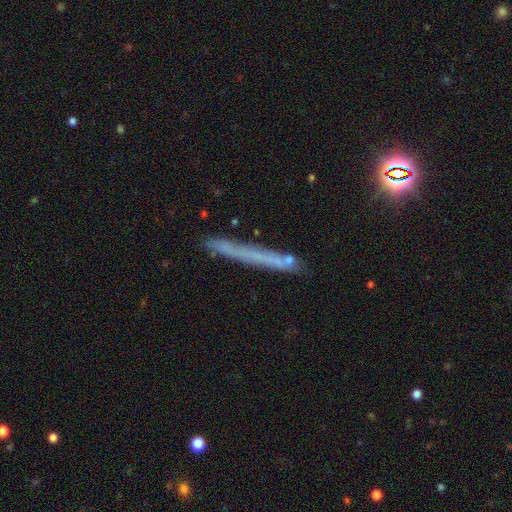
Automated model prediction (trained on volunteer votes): Smooth or featured: smooth — 49% (featured or disk — 37%)
Merging: none — 81% (minor disturbance — 14%)